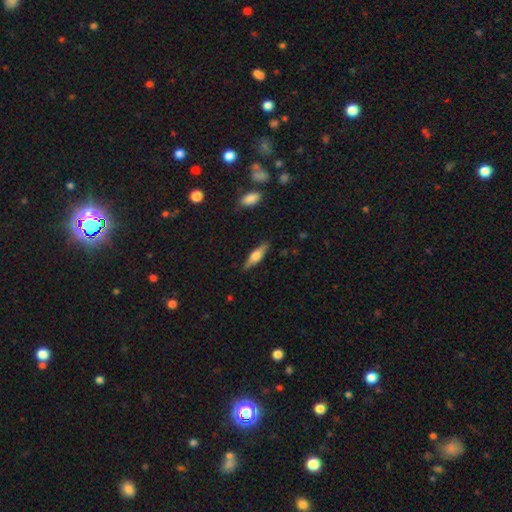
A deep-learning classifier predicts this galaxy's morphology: Smooth or featured? featured or disk (51%)
Edge-on disk? yes (94%)
Merging? none (87%)